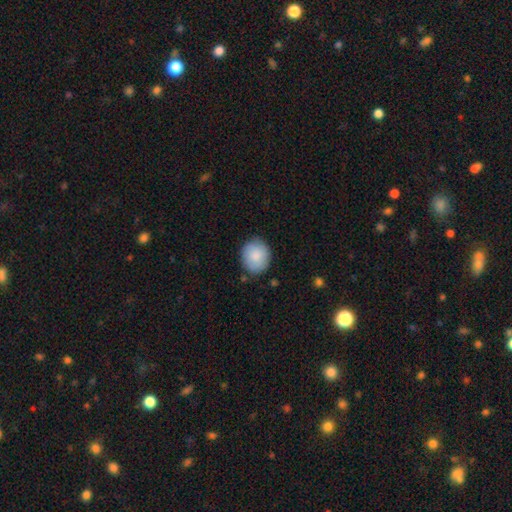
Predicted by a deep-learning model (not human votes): A smooth galaxy with no disk features (86%) that is round (76%).

Vote fractions:
- Smooth or featured? smooth: 86% / featured or disk: 8% / star or artifact: 6%
- How rounded? round: 76% / in between: 23% / cigar-shaped: 1%
- Merging? none: 83% / minor disturbance: 13% / major disturbance: 3% / merger: 2%